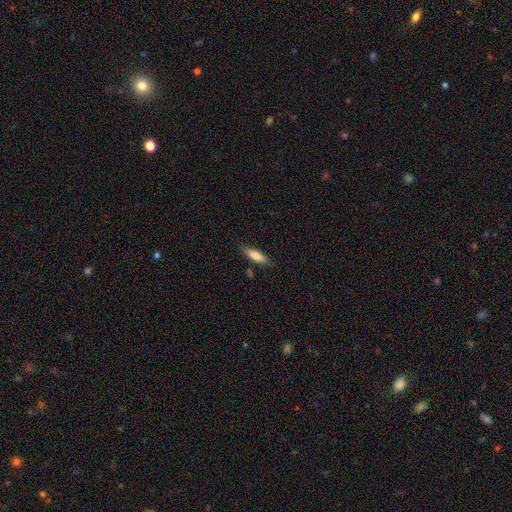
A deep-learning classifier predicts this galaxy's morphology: A smooth galaxy with no disk features (80%) that is in between round and cigar-shaped (51%).

Vote fractions:
- Smooth or featured? smooth: 80% / featured or disk: 14% / star or artifact: 6%
- How rounded? in between: 51% / cigar-shaped: 47% / round: 2%
- Merging? none: 80% / minor disturbance: 15% / major disturbance: 3% / merger: 2%